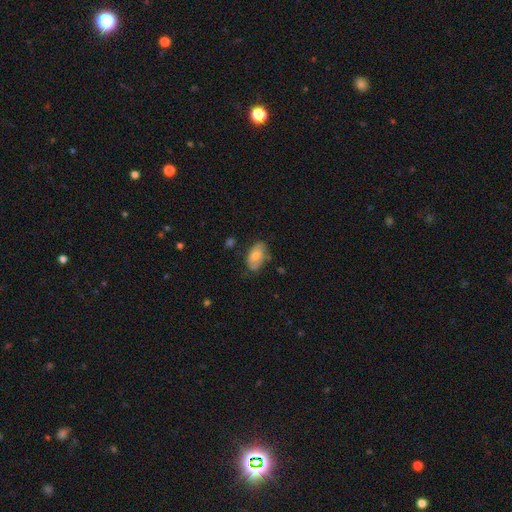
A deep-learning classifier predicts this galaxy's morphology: A smooth galaxy with no disk features (68%) that is in between round and cigar-shaped (93%). Merging: none (63%).